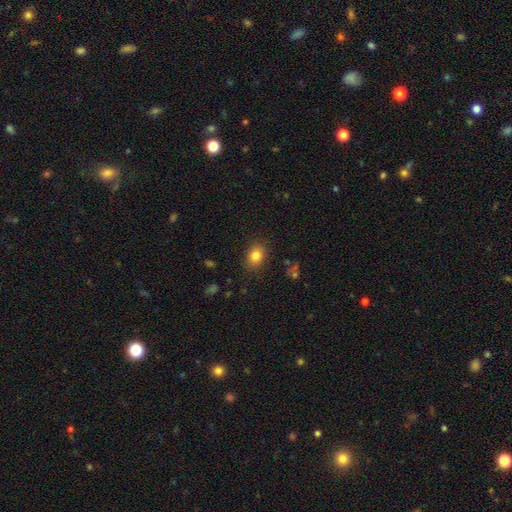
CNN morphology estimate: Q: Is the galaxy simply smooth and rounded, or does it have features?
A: smooth — 82%.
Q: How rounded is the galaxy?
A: in between — 56%.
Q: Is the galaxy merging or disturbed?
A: none — 86%.